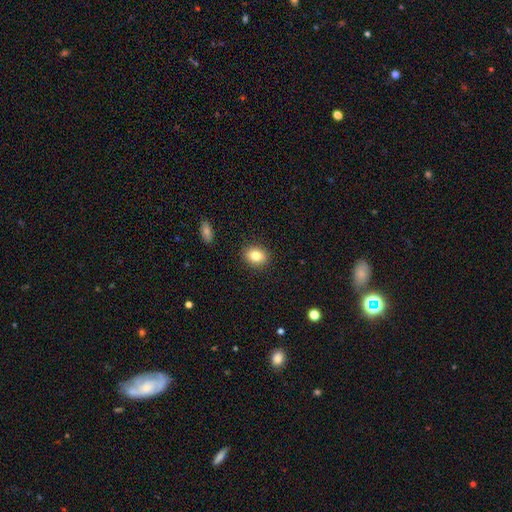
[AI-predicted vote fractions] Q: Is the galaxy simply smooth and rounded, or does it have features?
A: smooth — 83%.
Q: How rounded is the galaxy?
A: in between — 50%.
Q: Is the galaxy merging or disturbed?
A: none — 90%.